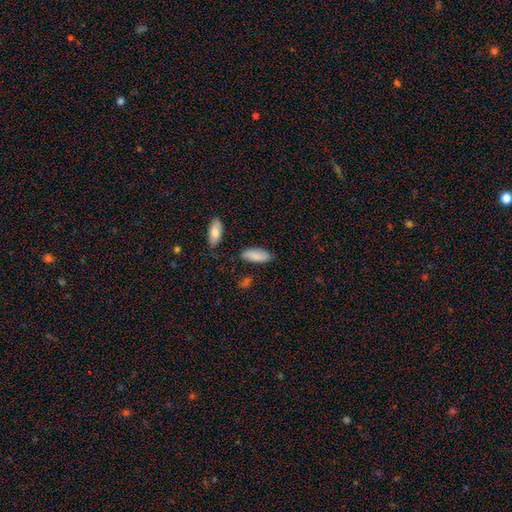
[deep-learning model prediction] A smooth galaxy with no disk features (84%) that is in between round and cigar-shaped (78%). Merging: none (80%).